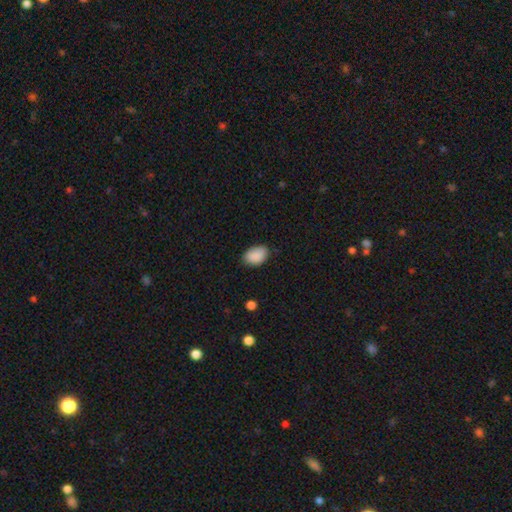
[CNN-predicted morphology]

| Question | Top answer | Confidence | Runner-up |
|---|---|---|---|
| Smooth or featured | smooth | 89% | star or artifact (7%) |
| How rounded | in between | 86% | round (12%) |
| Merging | none | 79% | minor disturbance (17%) |